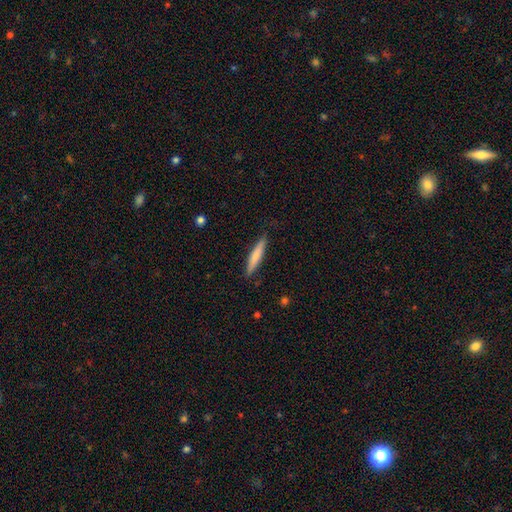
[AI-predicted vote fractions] A smooth galaxy with no disk features (71%) that is cigar-shaped (92%). Merging: none (87%).